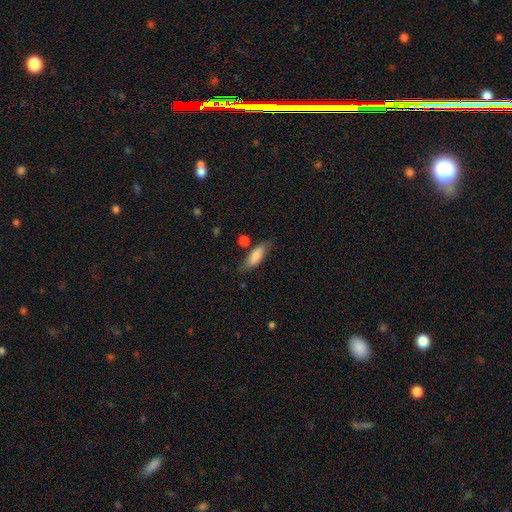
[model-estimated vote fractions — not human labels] Smooth or featured?
  - smooth: 79% *
  - featured or disk: 15%
  - star or artifact: 6%
How rounded?
  - in between: 67% *
  - cigar-shaped: 30%
  - round: 3%
Merging?
  - none: 69% *
  - minor disturbance: 20%
  - merger: 6%
  - major disturbance: 5%